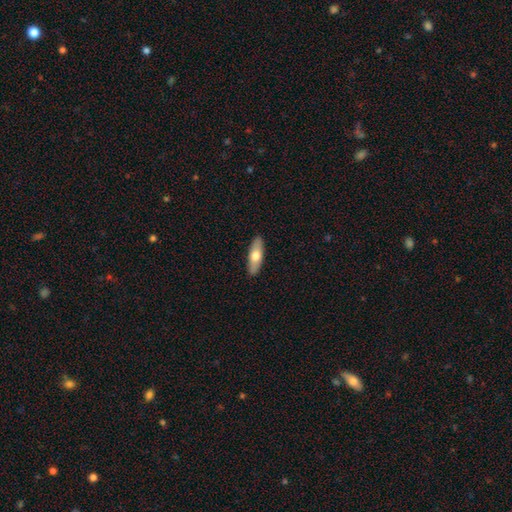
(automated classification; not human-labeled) Smooth or featured?
  - smooth: 64% *
  - featured or disk: 30%
  - star or artifact: 5%
How rounded?
  - in between: 58% *
  - cigar-shaped: 39%
  - round: 2%
Merging?
  - none: 90% *
  - minor disturbance: 7%
  - major disturbance: 2%
  - merger: 1%